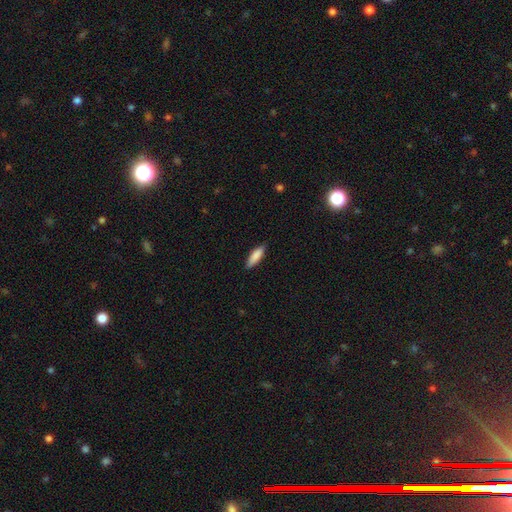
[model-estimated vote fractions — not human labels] A smooth galaxy with no disk features (83%) that is cigar-shaped (52%). Merging: none (81%).